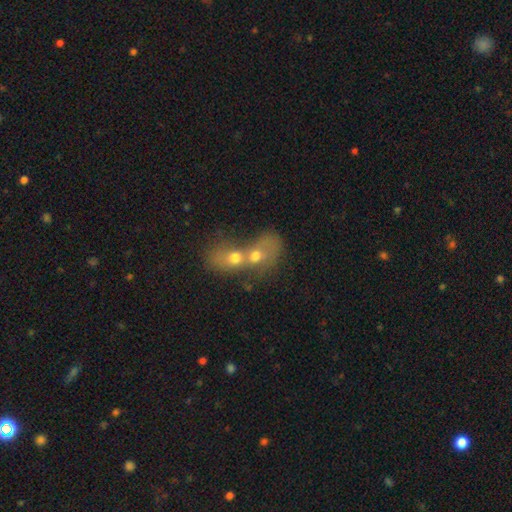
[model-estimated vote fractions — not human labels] A smooth galaxy with no disk features (60%) that is in between round and cigar-shaped (52%).

Vote fractions:
- Smooth or featured? smooth: 60% / featured or disk: 28% / star or artifact: 11%
- How rounded? in between: 52% / round: 45% / cigar-shaped: 3%
- Merging? merger: 84% / none: 8% / major disturbance: 5% / minor disturbance: 3%